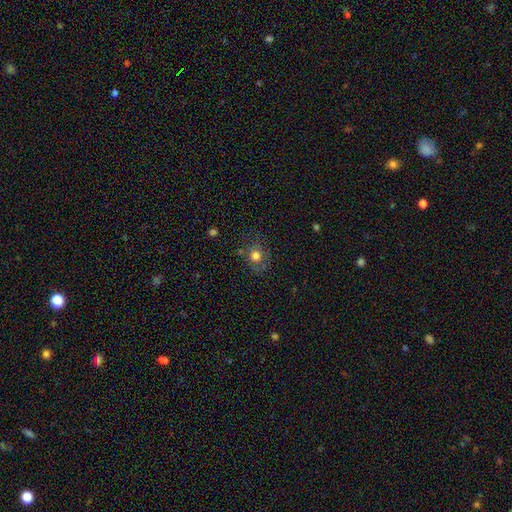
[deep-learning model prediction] smooth 73%, featured or disk 14%, star or artifact 13%. Down the decision tree: how rounded — round (73%); merging — none (69%).